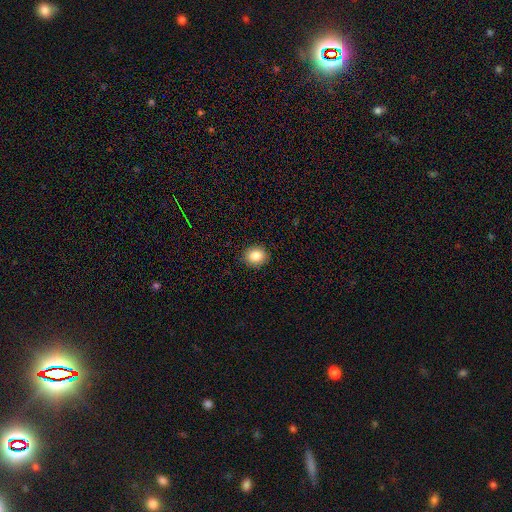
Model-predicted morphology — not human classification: Smooth or featured?
  - smooth: 84% *
  - star or artifact: 10%
  - featured or disk: 6%
How rounded?
  - round: 73% *
  - in between: 26%
  - cigar-shaped: 1%
Merging?
  - none: 91% *
  - minor disturbance: 6%
  - major disturbance: 2%
  - merger: 1%